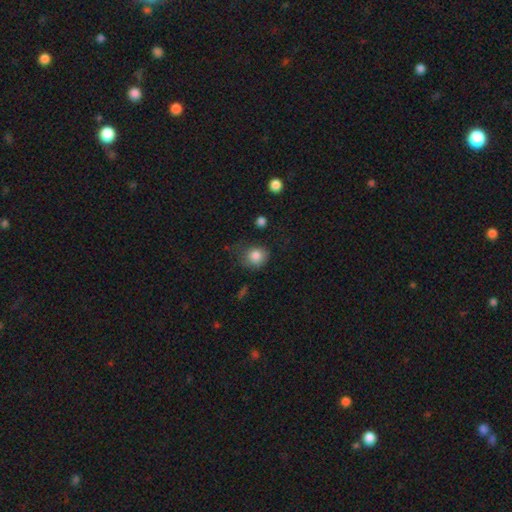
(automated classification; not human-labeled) Smooth or featured? smooth (83%)
How rounded? round (77%)
Merging? none (62%)